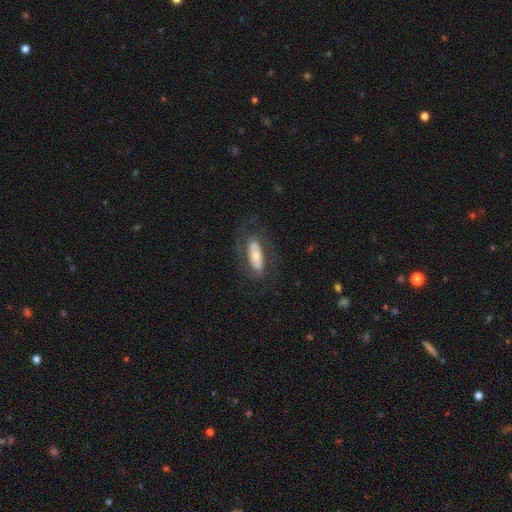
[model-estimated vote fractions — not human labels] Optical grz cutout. It shows a featured or disk galaxy (50%). Merging: none (68%).